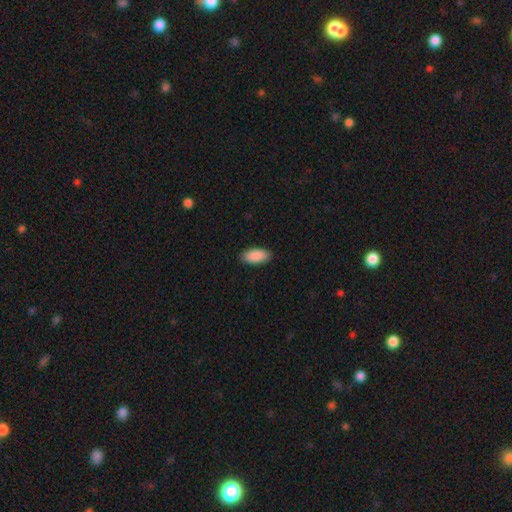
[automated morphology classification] Smooth or featured? smooth (91%)
How rounded? in between (92%)
Merging? none (90%)